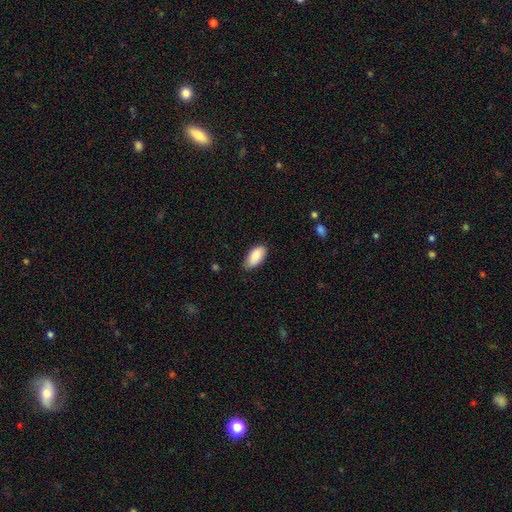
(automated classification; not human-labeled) Q: Smooth or featured?
A: smooth (89%); runner-up: star or artifact (6%)
Q: How rounded?
A: in between (93%); runner-up: cigar-shaped (5%)
Q: Merging?
A: none (78%); runner-up: minor disturbance (18%)